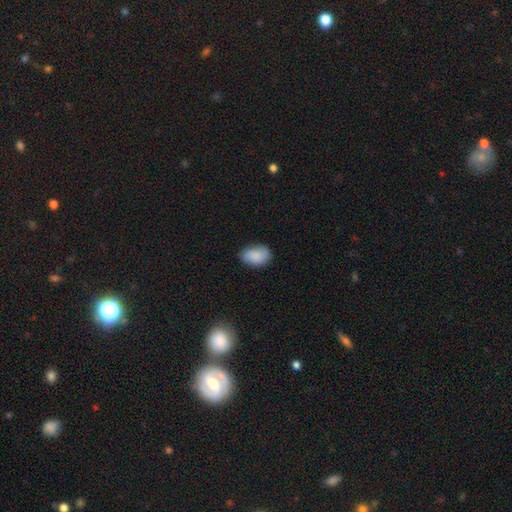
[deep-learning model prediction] This is clearly a smooth galaxy (85%). How rounded: clearly in between (86%). Merging: likely none (77%).